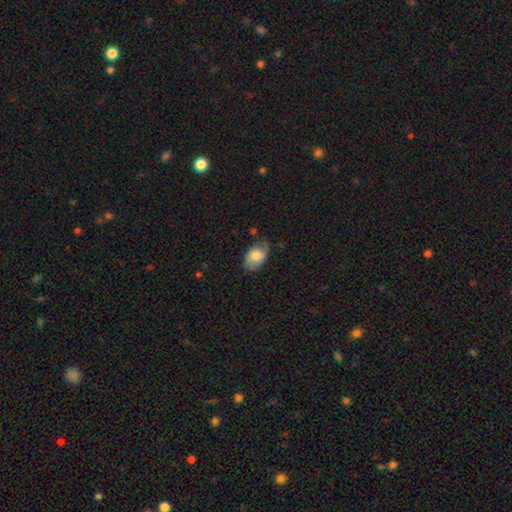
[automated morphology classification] Q: Smooth or featured?
A: smooth (77%); runner-up: featured or disk (16%)
Q: How rounded?
A: in between (89%); runner-up: round (10%)
Q: Merging?
A: none (62%); runner-up: minor disturbance (29%)